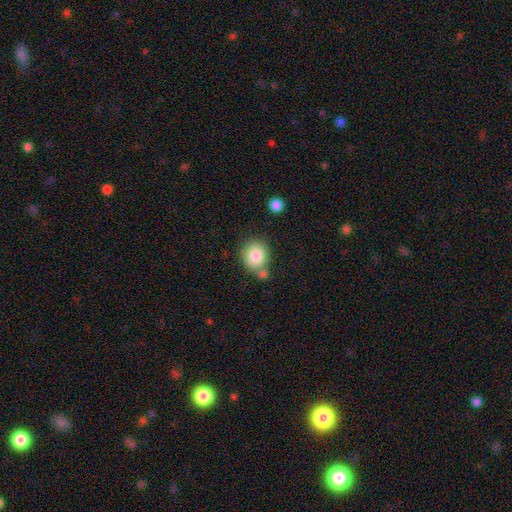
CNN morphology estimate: The model was most divided on "merging": none: 63%, merger: 20%, minor disturbance: 13%, major disturbance: 4%. More confident: smooth or featured — smooth (82%); how rounded — round (79%).